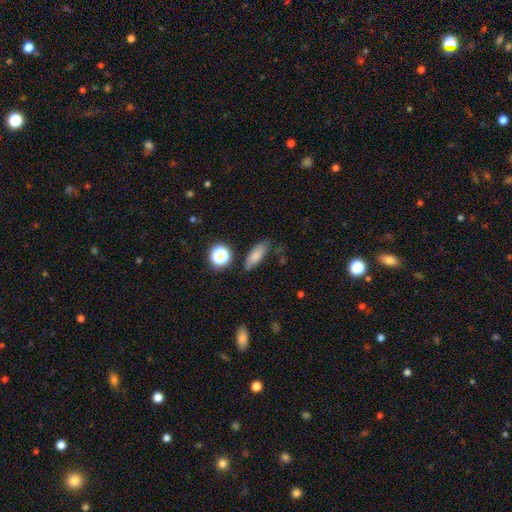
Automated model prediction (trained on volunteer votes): smooth 76%, star or artifact 12%, featured or disk 12%. Down the decision tree: how rounded — in between (64%); merging — none (74%).